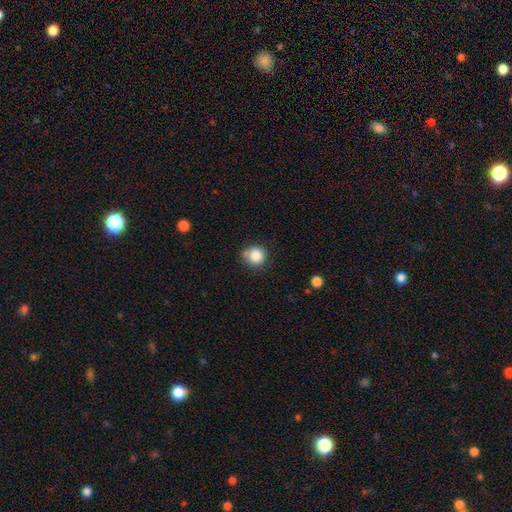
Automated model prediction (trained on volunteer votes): smooth_or_featured: smooth (p=0.85) [alt: star or artifact p=0.10]
how_rounded: round (p=0.90) [alt: in between p=0.09]
merging: none (p=0.68) [alt: minor disturbance p=0.21]